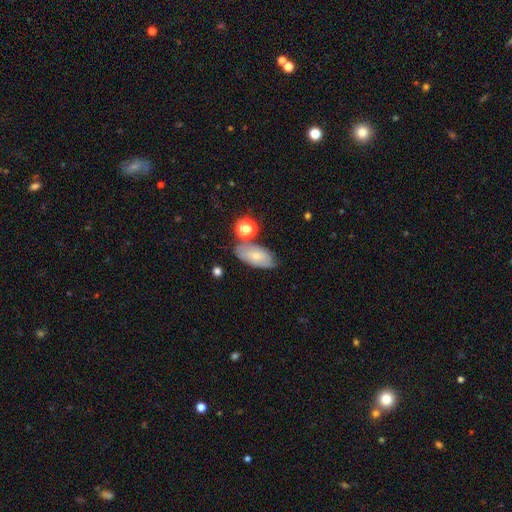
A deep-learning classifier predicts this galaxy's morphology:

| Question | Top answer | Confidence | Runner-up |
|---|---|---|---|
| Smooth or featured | smooth | 63% | featured or disk (28%) |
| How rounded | in between | 89% | round (6%) |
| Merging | none | 64% | minor disturbance (21%) |